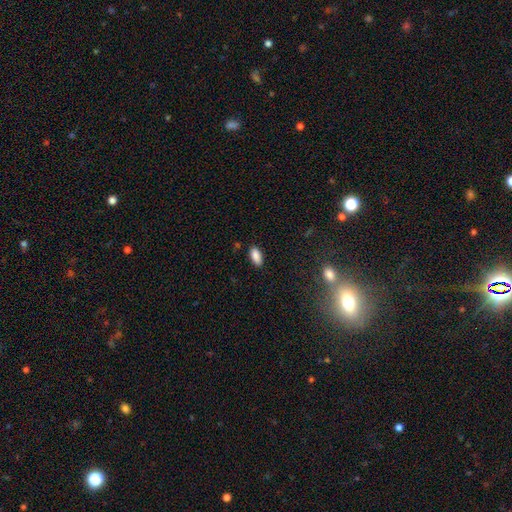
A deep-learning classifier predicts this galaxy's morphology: The model was most divided on "merging": none: 85%, minor disturbance: 11%, major disturbance: 2%, merger: 1%. More confident: how rounded — in between (90%); smooth or featured — smooth (88%).